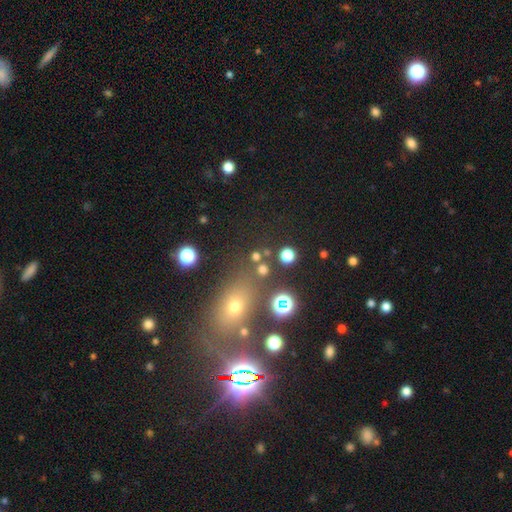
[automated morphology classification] Q: Smooth or featured?
A: smooth (48%); runner-up: star or artifact (40%)
Q: Merging?
A: none (71%); runner-up: minor disturbance (11%)